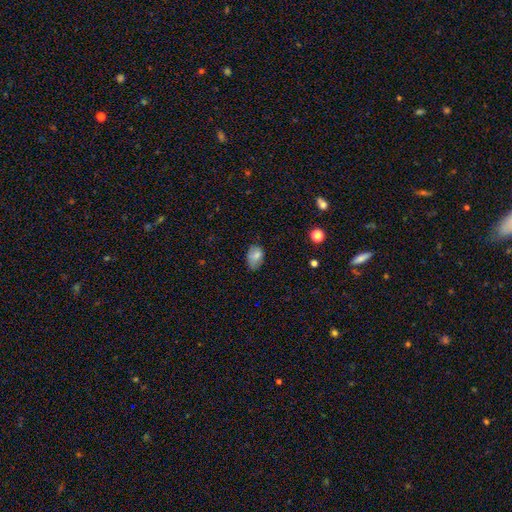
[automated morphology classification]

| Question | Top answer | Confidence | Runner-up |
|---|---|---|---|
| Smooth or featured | smooth | 77% | featured or disk (13%) |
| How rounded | in between | 83% | round (16%) |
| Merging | none | 54% | minor disturbance (35%) |